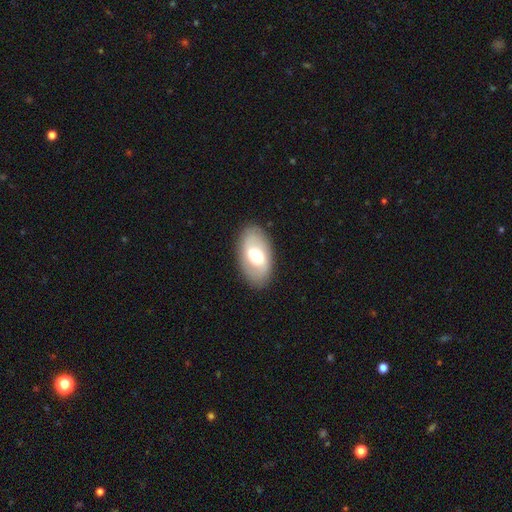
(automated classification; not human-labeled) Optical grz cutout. It shows a smooth galaxy with no disk features (48%). Merging: none (86%).